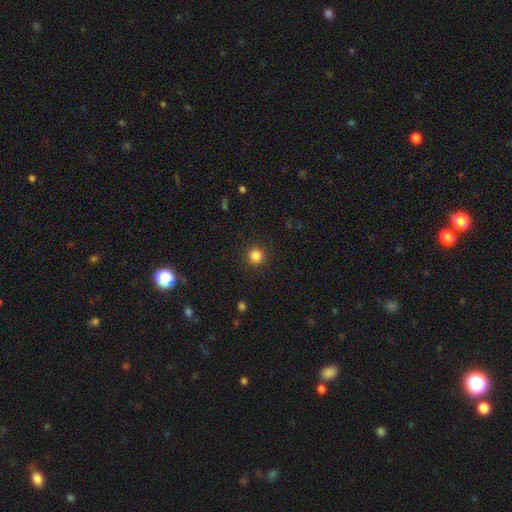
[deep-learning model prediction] Smooth or featured?
  - smooth: 84% *
  - star or artifact: 12%
  - featured or disk: 4%
How rounded?
  - round: 95% *
  - in between: 4%
  - cigar-shaped: 1%
Merging?
  - none: 92% *
  - minor disturbance: 5%
  - major disturbance: 2%
  - merger: 1%